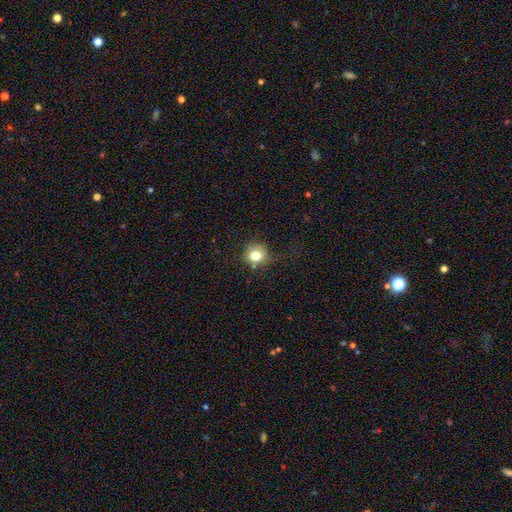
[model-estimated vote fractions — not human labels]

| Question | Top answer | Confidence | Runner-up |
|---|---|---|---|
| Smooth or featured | smooth | 78% | star or artifact (12%) |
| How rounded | round | 89% | in between (10%) |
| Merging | none | 74% | minor disturbance (17%) |